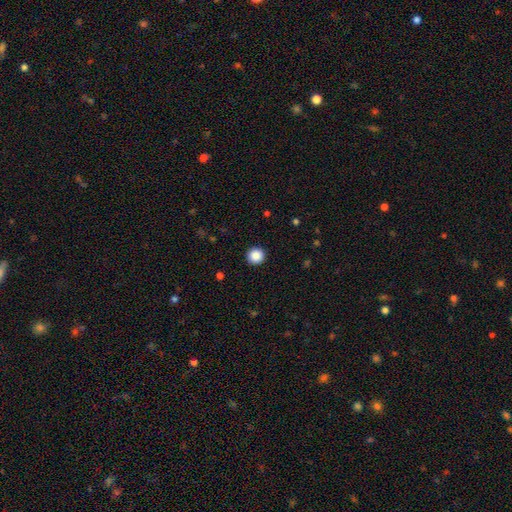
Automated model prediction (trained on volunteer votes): Smooth or featured: smooth — 88% (star or artifact — 9%)
How rounded: round — 95% (in between — 4%)
Merging: none — 93% (minor disturbance — 5%)